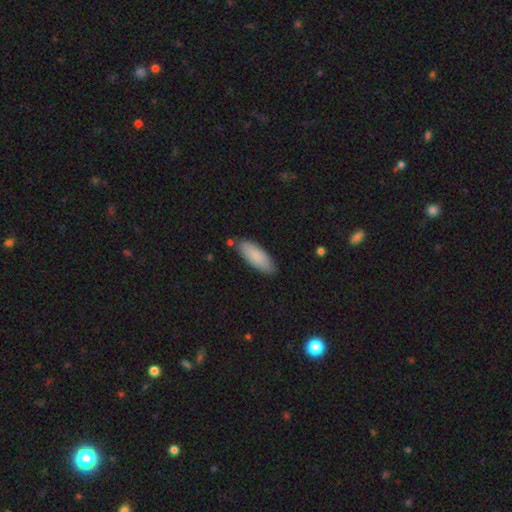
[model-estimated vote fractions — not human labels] The model was most divided on "how rounded": in between: 70%, cigar-shaped: 29%, round: 1%. More confident: smooth or featured — smooth (86%); merging — none (82%).